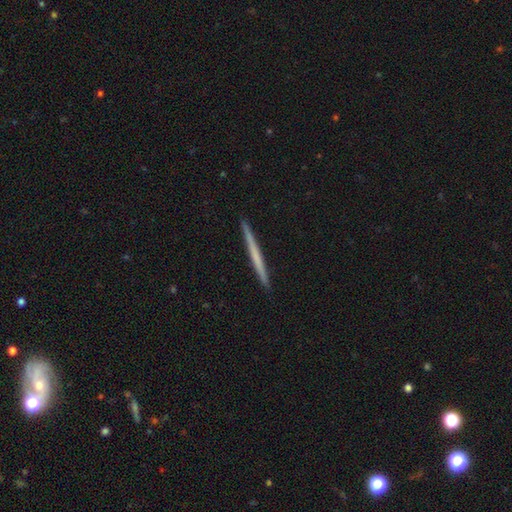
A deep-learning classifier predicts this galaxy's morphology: Smooth or featured?
  - featured or disk: 49% *
  - smooth: 46%
  - star or artifact: 5%
Merging?
  - none: 93% *
  - minor disturbance: 5%
  - major disturbance: 1%
  - merger: 1%